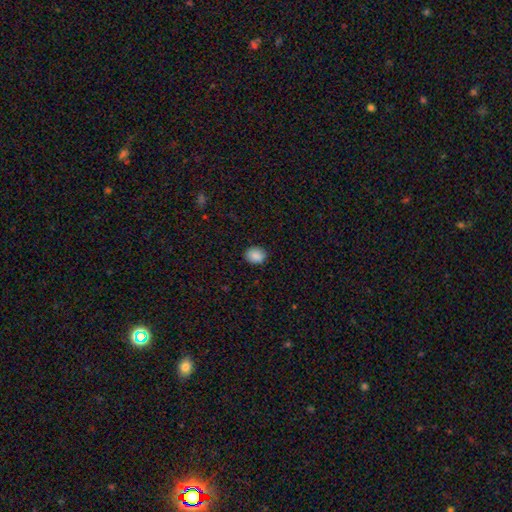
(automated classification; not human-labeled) Smooth or featured?
  - smooth: 88% *
  - star or artifact: 8%
  - featured or disk: 4%
How rounded?
  - in between: 50% *
  - round: 49%
  - cigar-shaped: 1%
Merging?
  - none: 86% *
  - minor disturbance: 10%
  - major disturbance: 2%
  - merger: 1%